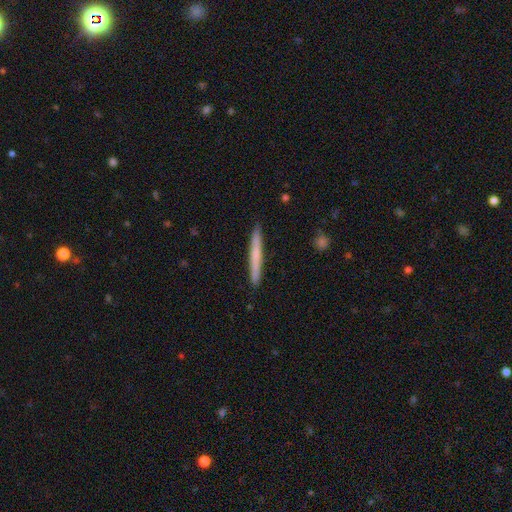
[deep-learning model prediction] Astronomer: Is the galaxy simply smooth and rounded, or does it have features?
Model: smooth — 62%.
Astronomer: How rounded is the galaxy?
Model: cigar-shaped — 97%.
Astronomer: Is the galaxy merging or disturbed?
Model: none — 92%.